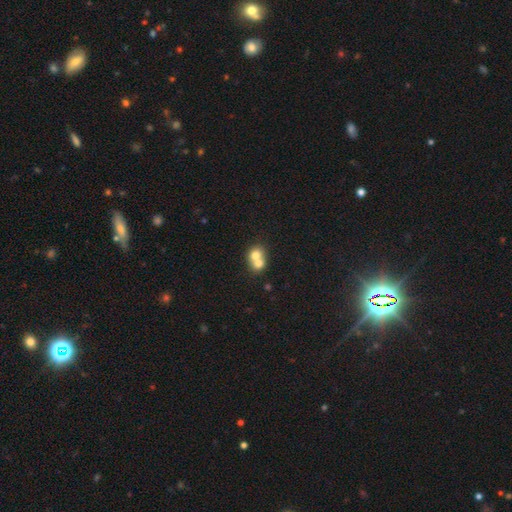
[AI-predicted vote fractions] Smooth or featured? smooth (71%)
How rounded? round (69%)
Merging? merger (70%)